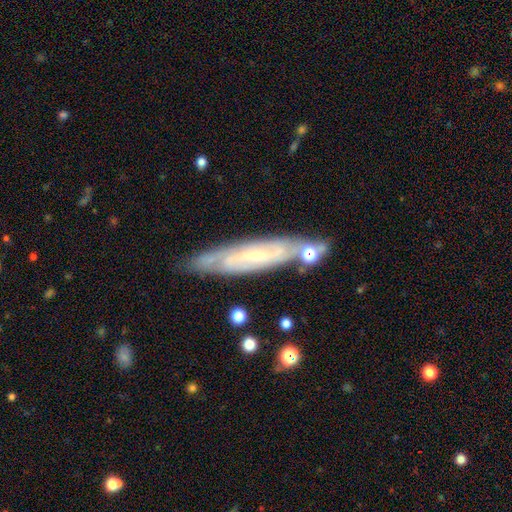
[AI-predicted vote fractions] featured or disk 75%, smooth 18%, star or artifact 6%. Down the decision tree: edge-on disk — no (65%); merging — none (72%).